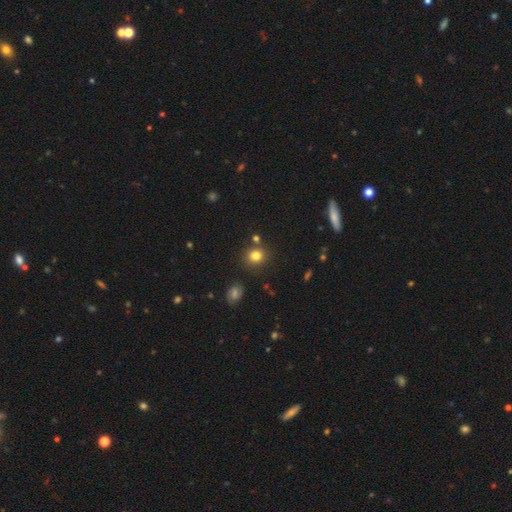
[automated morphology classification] smooth_or_featured: smooth (p=0.80) [alt: star or artifact p=0.14]
how_rounded: round (p=0.80) [alt: in between p=0.19]
merging: none (p=0.80) [alt: minor disturbance p=0.10]